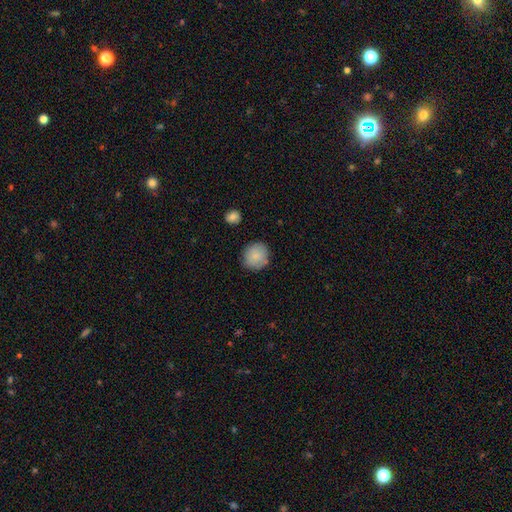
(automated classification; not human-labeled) The model was most divided on "merging": none: 83%, minor disturbance: 12%, major disturbance: 3%, merger: 2%. More confident: how rounded — round (89%); smooth or featured — smooth (85%).